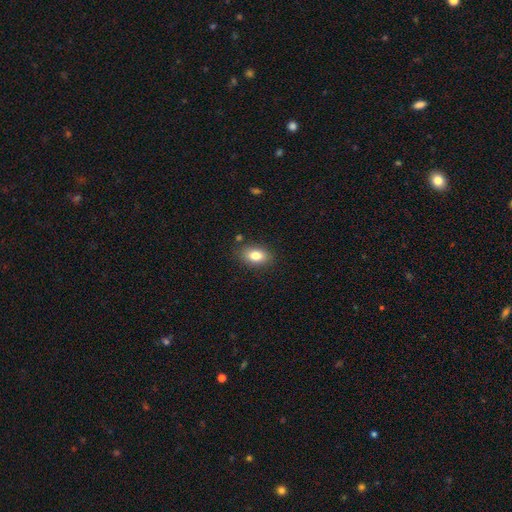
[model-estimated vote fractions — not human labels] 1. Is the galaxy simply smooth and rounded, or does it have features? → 81% smooth, 10% featured or disk, 9% star or artifact.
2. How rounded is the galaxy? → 83% in between, 15% round, 2% cigar-shaped.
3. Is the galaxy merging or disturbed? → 84% none, 11% minor disturbance, 3% major disturbance, 2% merger.